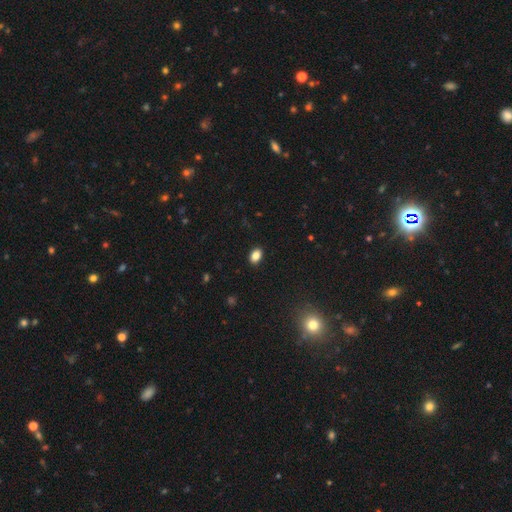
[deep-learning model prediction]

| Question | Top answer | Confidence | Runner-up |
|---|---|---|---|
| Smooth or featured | smooth | 85% | star or artifact (10%) |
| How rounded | in between | 82% | round (17%) |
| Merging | none | 89% | minor disturbance (8%) |